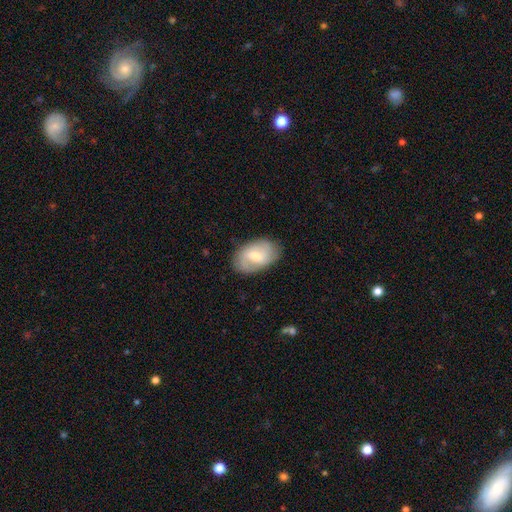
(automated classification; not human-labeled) Smooth or featured? featured or disk (52%)
Edge-on disk? no (95%)
Merging? none (81%)